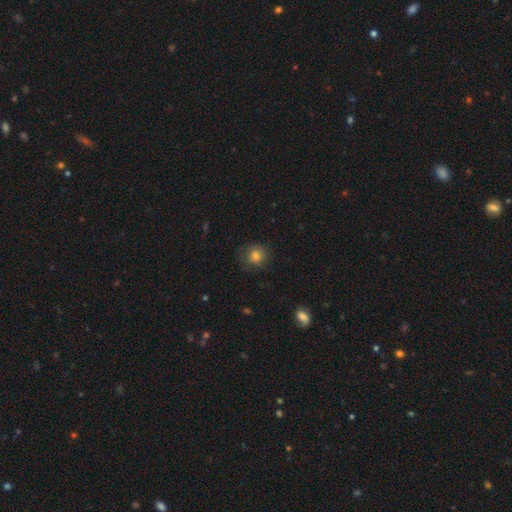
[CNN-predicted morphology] Smooth or featured? Predicted: smooth (p=0.79). How rounded? Predicted: round (p=0.84). Merging? Predicted: none (p=0.76).